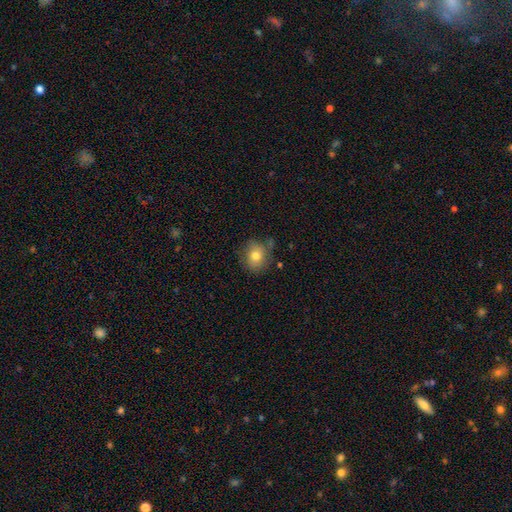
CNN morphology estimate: smooth_or_featured: smooth (p=0.76) [alt: featured or disk p=0.14]
how_rounded: round (p=0.74) [alt: in between p=0.25]
merging: none (p=0.70) [alt: minor disturbance p=0.21]